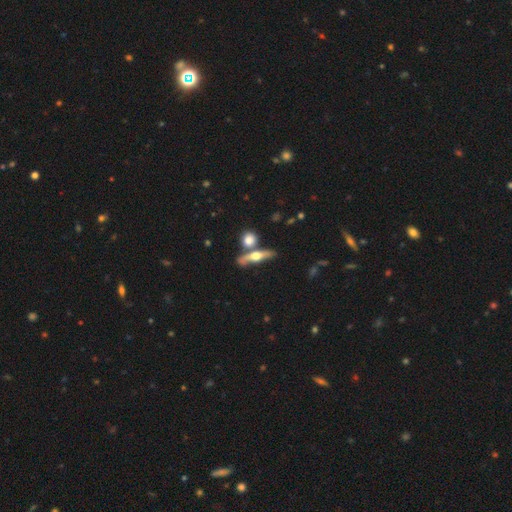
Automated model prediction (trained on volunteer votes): Smooth or featured: featured or disk — 57% (smooth — 36%)
Edge-on disk: yes — 87% (no — 13%)
Merging: none — 65% (merger — 20%)